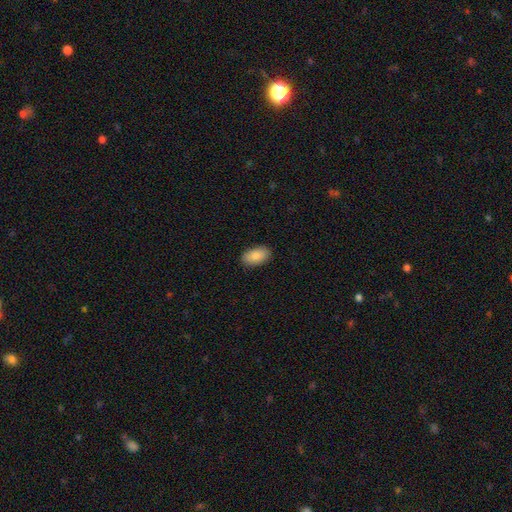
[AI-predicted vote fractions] Q: Smooth or featured?
A: smooth (85%); runner-up: featured or disk (8%)
Q: How rounded?
A: in between (94%); runner-up: round (4%)
Q: Merging?
A: none (89%); runner-up: minor disturbance (8%)